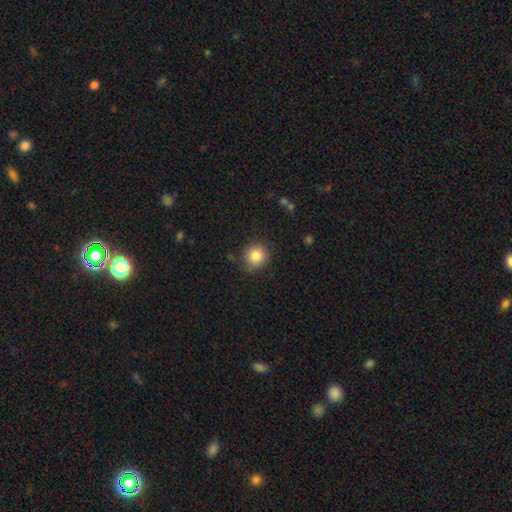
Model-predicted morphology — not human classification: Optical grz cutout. It shows a smooth galaxy with no disk features (85%) that is round (85%). Merging: none (84%).